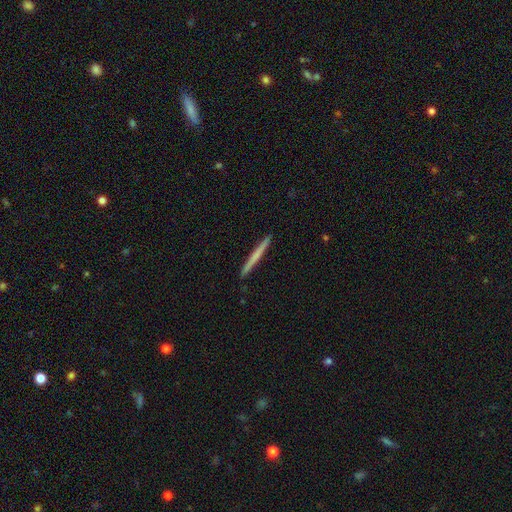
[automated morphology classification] This is possibly a smooth galaxy (56%). How rounded: clearly cigar-shaped (97%). Merging: clearly none (93%).